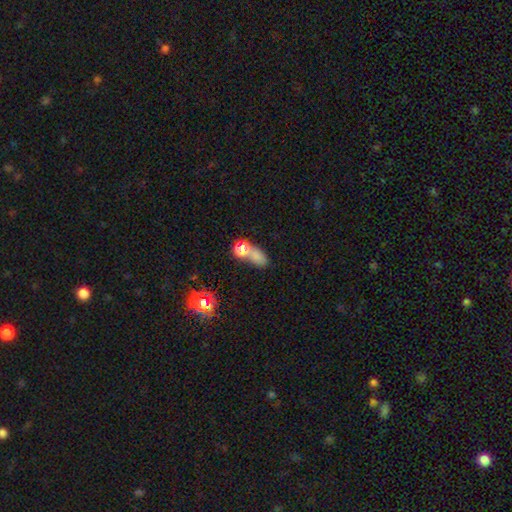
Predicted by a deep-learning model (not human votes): smooth_or_featured: smooth (p=0.70) [alt: star or artifact p=0.17]
how_rounded: in between (p=0.68) [alt: round p=0.25]
merging: merger (p=0.57) [alt: none p=0.24]